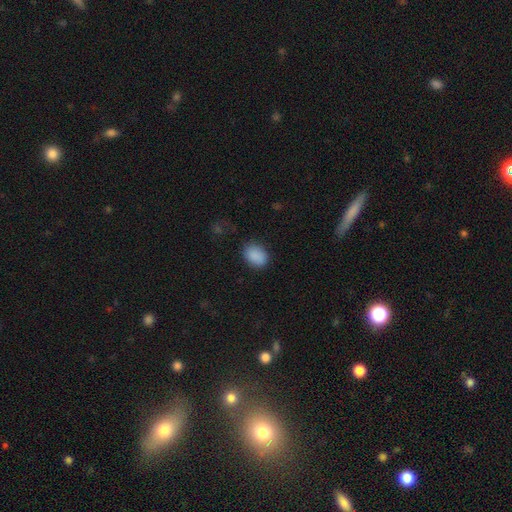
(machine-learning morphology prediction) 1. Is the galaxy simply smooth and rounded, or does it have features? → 89% smooth, 8% star or artifact, 3% featured or disk.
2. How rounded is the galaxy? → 72% in between, 27% round, 1% cigar-shaped.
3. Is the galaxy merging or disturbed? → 82% none, 13% minor disturbance, 3% major disturbance, 1% merger.